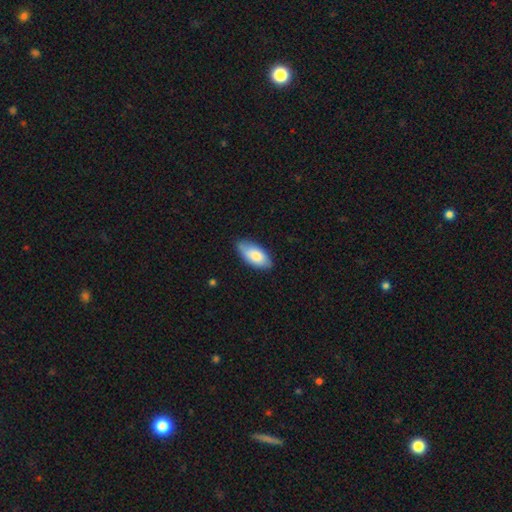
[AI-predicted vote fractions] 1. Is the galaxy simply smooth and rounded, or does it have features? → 76% smooth, 18% featured or disk, 6% star or artifact.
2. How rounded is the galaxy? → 92% in between, 6% cigar-shaped, 2% round.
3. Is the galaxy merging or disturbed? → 74% none, 21% minor disturbance, 3% major disturbance, 1% merger.